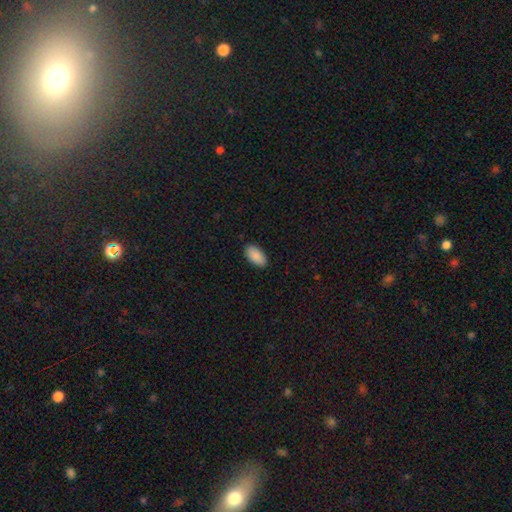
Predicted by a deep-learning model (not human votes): Smooth or featured: smooth — 90% (star or artifact — 6%)
How rounded: in between — 95% (cigar-shaped — 3%)
Merging: none — 89% (minor disturbance — 8%)